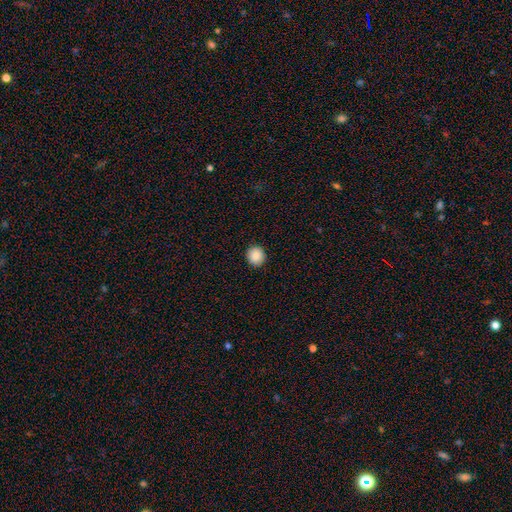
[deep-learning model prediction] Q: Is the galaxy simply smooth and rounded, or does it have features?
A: smooth — 89%.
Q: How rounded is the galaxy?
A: round — 89%.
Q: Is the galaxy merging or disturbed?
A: none — 92%.